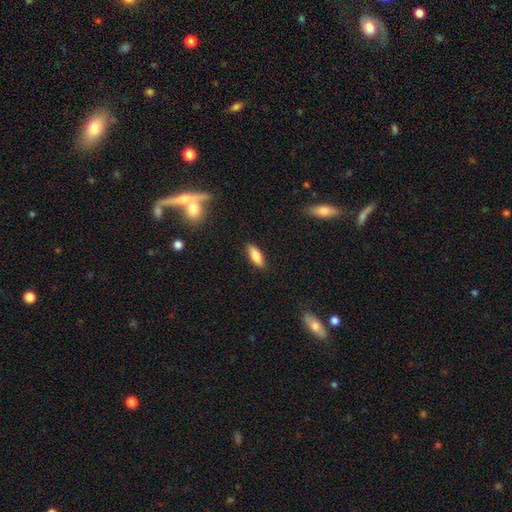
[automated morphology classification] The model was most divided on "how rounded": in between: 67%, cigar-shaped: 31%, round: 2%. More confident: merging — none (85%); smooth or featured — smooth (79%).